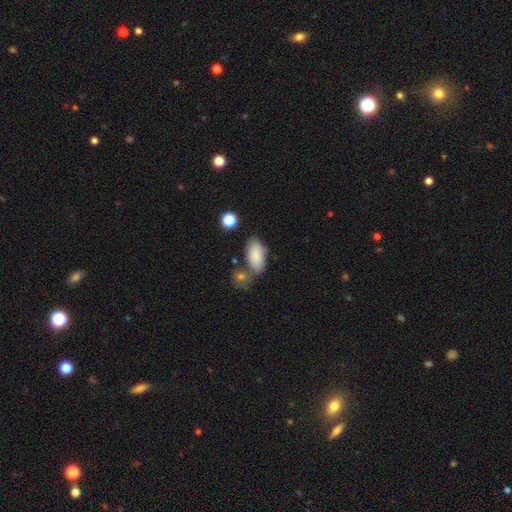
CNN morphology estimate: A smooth galaxy with no disk features (84%) that is in between round and cigar-shaped (92%). Merging: none (57%).